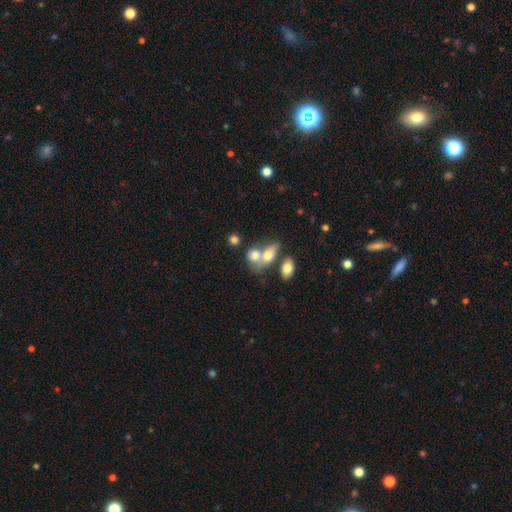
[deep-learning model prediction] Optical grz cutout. It shows a smooth galaxy with no disk features (71%) that is in between round and cigar-shaped (65%). Merging: merger (62%).